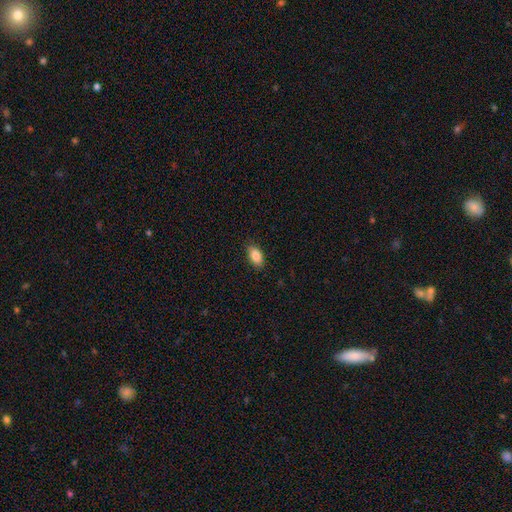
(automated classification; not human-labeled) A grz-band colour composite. It shows a smooth galaxy with no disk features (86%) that is in between round and cigar-shaped (91%). Merging: none (87%).